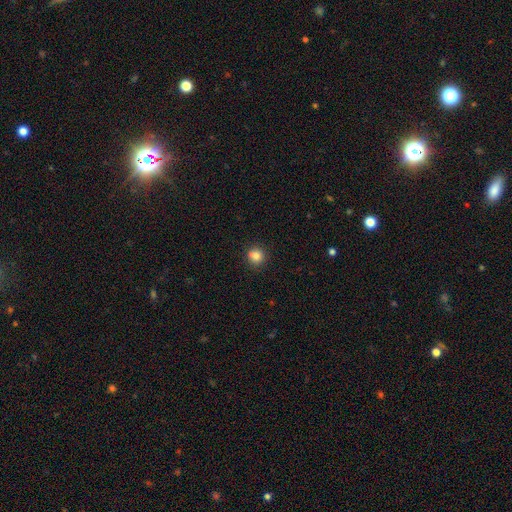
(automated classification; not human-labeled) Overall: smooth (83%). How rounded: round (88%). Merging: none (84%).